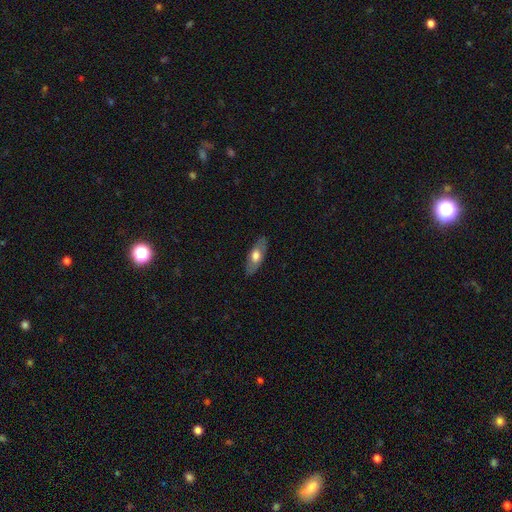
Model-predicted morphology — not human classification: Smooth or featured? Predicted: smooth (p=0.56). How rounded? Predicted: in between (p=0.78). Merging? Predicted: none (p=0.84).